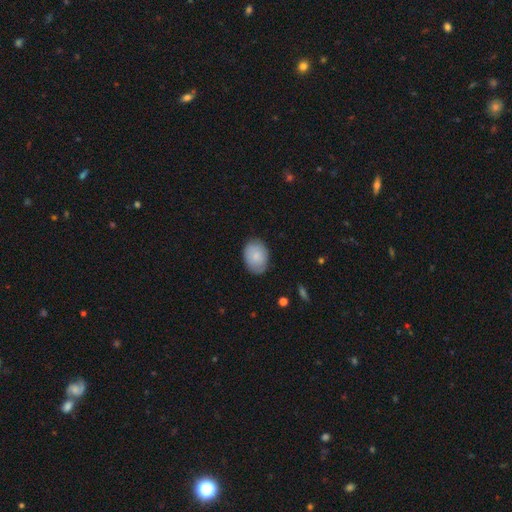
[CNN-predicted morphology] Smooth or featured? Predicted: smooth (p=0.82). How rounded? Predicted: in between (p=0.76). Merging? Predicted: none (p=0.80).